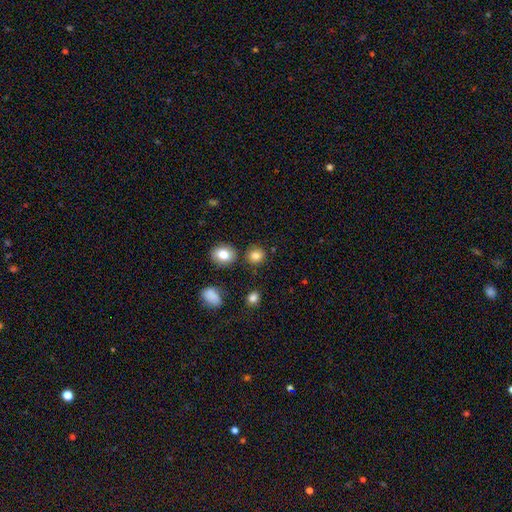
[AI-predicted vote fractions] Smooth or featured? Predicted: smooth (p=0.82). How rounded? Predicted: round (p=0.84). Merging? Predicted: none (p=0.81).